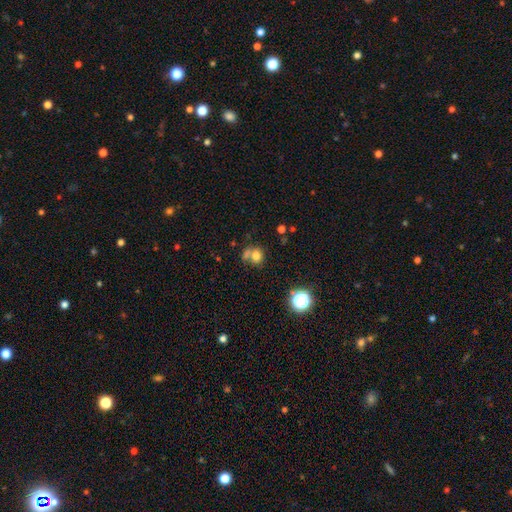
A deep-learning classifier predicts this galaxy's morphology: Smooth or featured? smooth (74%)
How rounded? round (72%)
Merging? none (44%)